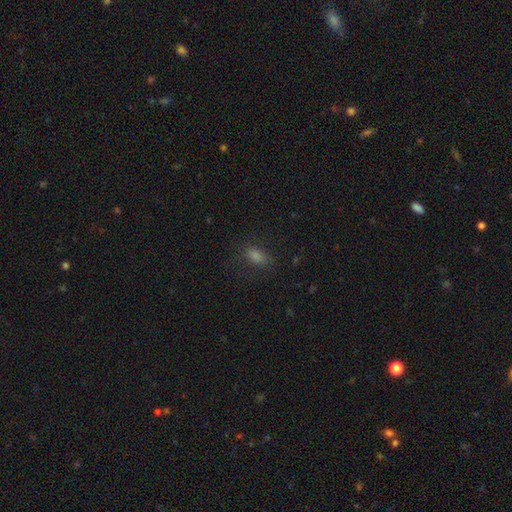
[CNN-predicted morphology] Smooth or featured: smooth — 69% (star or artifact — 22%)
How rounded: in between — 82% (round — 13%)
Merging: none — 77% (minor disturbance — 14%)